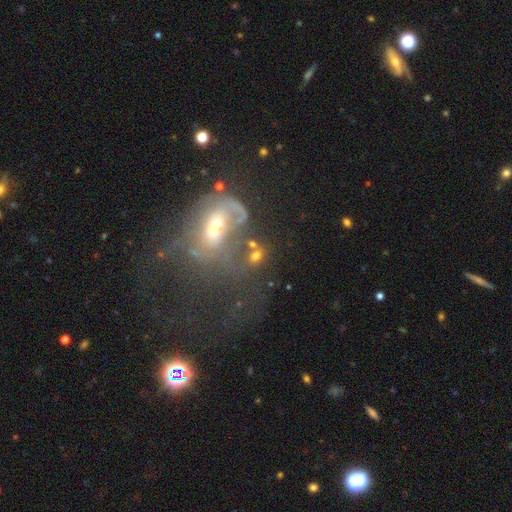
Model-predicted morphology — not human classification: A smooth galaxy with no disk features (50%) that is in between round and cigar-shaped (55%).

Vote fractions:
- Smooth or featured? smooth: 50% / featured or disk: 30% / star or artifact: 20%
- How rounded? in between: 55% / round: 41% / cigar-shaped: 4%
- Merging? none: 44% / merger: 24% / major disturbance: 17% / minor disturbance: 15%